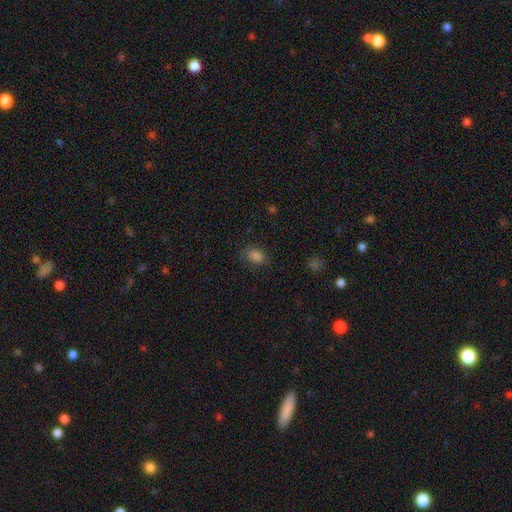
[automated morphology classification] smooth_or_featured: smooth (p=0.83) [alt: star or artifact p=0.13]
how_rounded: in between (p=0.75) [alt: round p=0.23]
merging: none (p=0.80) [alt: minor disturbance p=0.15]